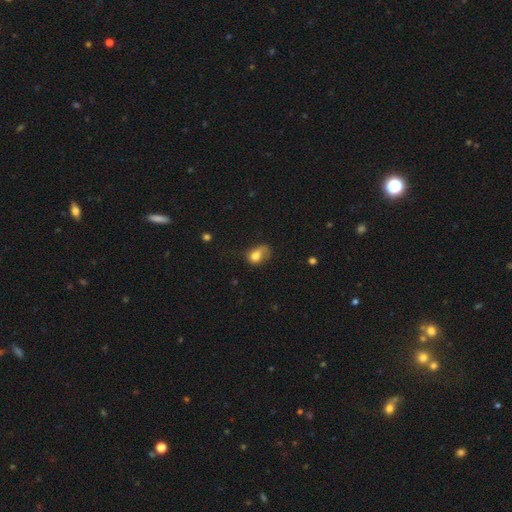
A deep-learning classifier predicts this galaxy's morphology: smooth 72%, featured or disk 18%, star or artifact 10%. Down the decision tree: how rounded — in between (66%); merging — minor disturbance (34%).